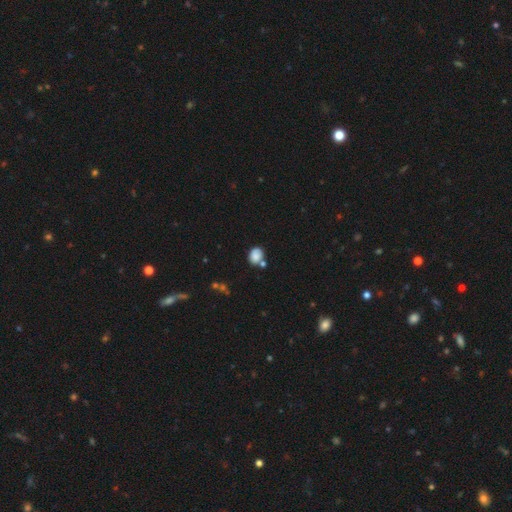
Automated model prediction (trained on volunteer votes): Smooth or featured? Predicted: smooth (p=0.82). How rounded? Predicted: round (p=0.50). Merging? Predicted: none (p=0.56).